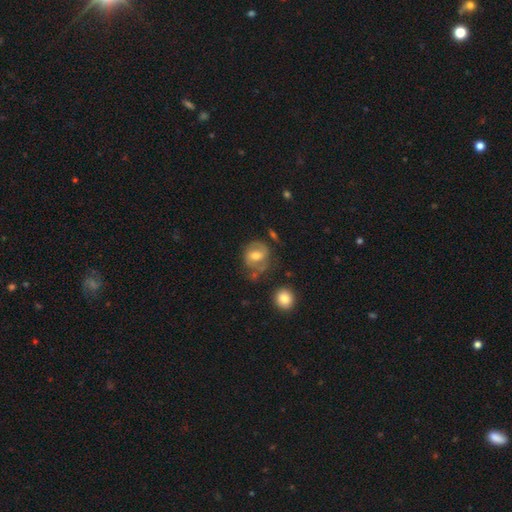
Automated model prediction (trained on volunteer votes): smooth_or_featured: featured or disk (p=0.49) [alt: smooth p=0.43]
merging: none (p=0.61) [alt: minor disturbance p=0.22]